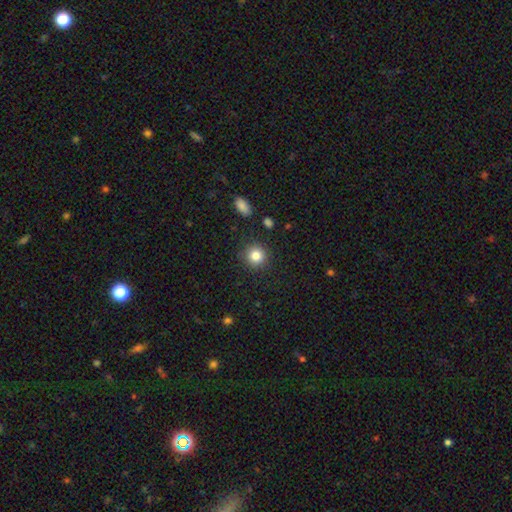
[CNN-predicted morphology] This appears to be a smooth galaxy with no disk features (84%) that is round (91%). Merging: none (88%).